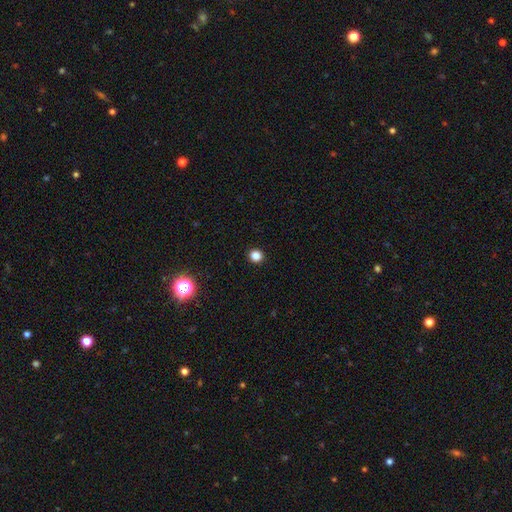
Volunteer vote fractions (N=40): Consensus on every question: how rounded — round (100%); smooth or featured — smooth (95%); merging — none (95%).